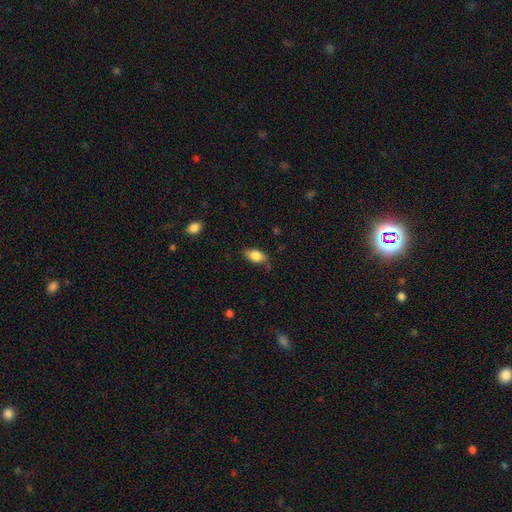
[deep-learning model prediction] This is clearly a smooth galaxy (82%). How rounded: clearly in between (89%). Merging: likely none (67%).